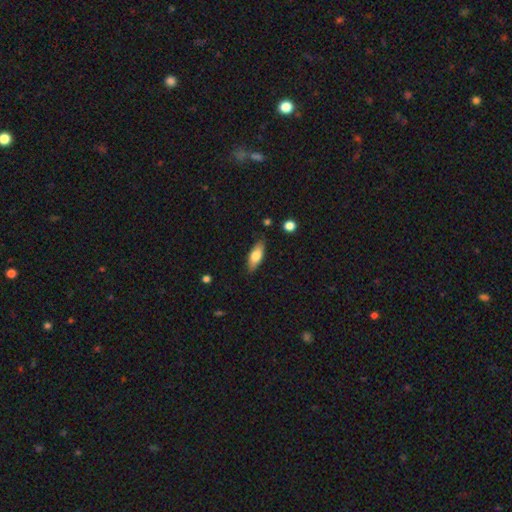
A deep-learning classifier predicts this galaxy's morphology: A smooth galaxy with no disk features (69%) that is in between round and cigar-shaped (68%).

Vote fractions:
- Smooth or featured? smooth: 69% / featured or disk: 24% / star or artifact: 6%
- How rounded? in between: 68% / cigar-shaped: 30% / round: 3%
- Merging? none: 83% / minor disturbance: 13% / major disturbance: 3% / merger: 2%